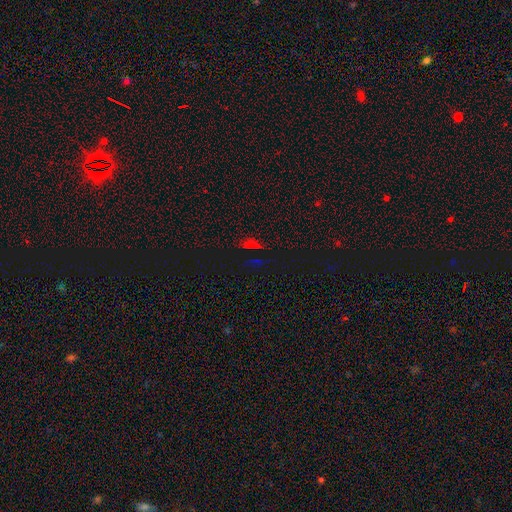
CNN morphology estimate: Smooth or featured? star or artifact (57%)